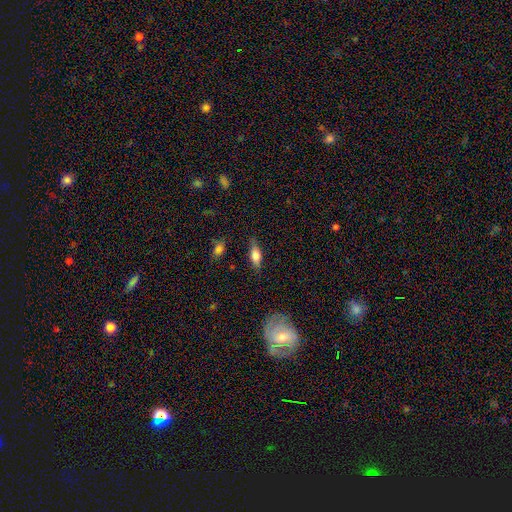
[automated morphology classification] A smooth galaxy with no disk features (60%) that is in between round and cigar-shaped (64%).

Vote fractions:
- Smooth or featured? smooth: 60% / featured or disk: 33% / star or artifact: 8%
- How rounded? in between: 64% / cigar-shaped: 32% / round: 4%
- Merging? none: 78% / minor disturbance: 16% / major disturbance: 4% / merger: 2%